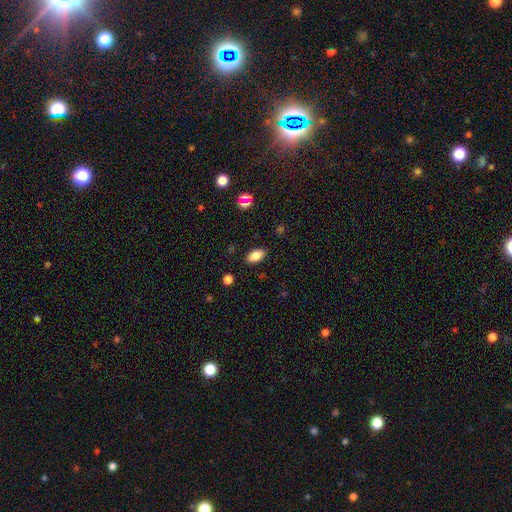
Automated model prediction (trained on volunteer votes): smooth 83%, star or artifact 10%, featured or disk 7%. Down the decision tree: how rounded — in between (92%); merging — none (87%).